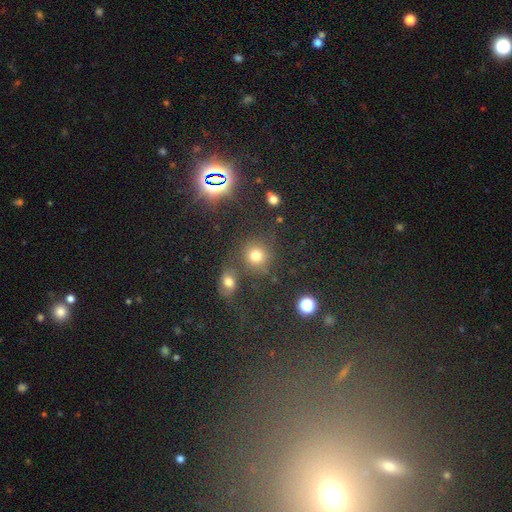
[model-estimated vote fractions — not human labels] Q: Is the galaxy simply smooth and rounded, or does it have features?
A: smooth — 74%.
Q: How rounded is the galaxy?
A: round — 86%.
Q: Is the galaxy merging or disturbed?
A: none — 68%.